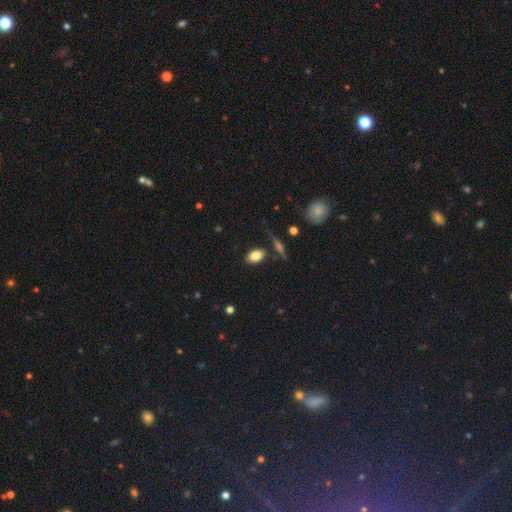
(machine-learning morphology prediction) This appears to be a smooth galaxy with no disk features (82%) that is in between round and cigar-shaped (87%). Merging: none (79%).